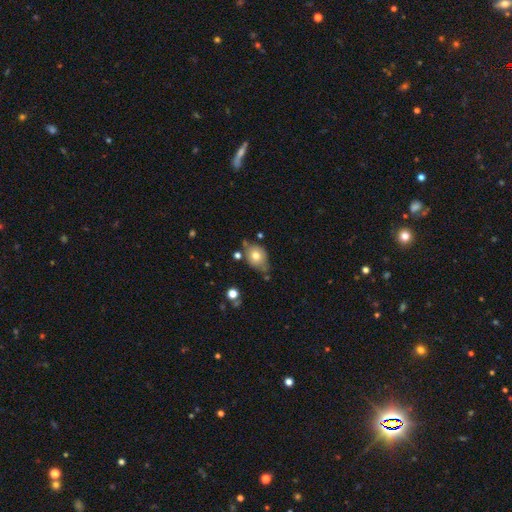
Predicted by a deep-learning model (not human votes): The model was most divided on "how rounded": in between: 54%, round: 45%, cigar-shaped: 1%. More confident: smooth or featured — smooth (73%); merging — none (54%).